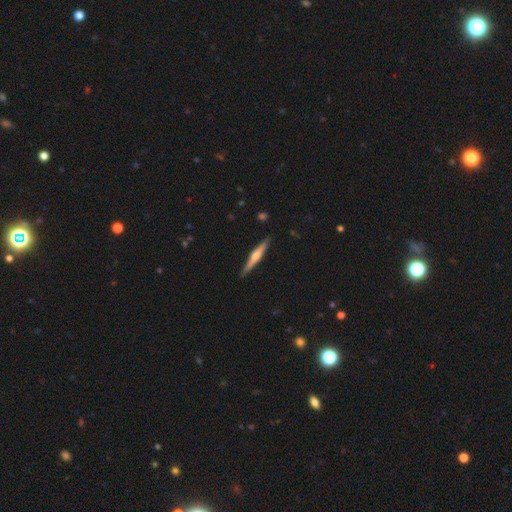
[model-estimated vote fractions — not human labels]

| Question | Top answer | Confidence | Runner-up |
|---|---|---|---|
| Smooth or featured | featured or disk | 61% | smooth (34%) |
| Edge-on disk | yes | 97% | no (3%) |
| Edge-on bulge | rounded | 80% | none (11%) |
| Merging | none | 88% | minor disturbance (9%) |